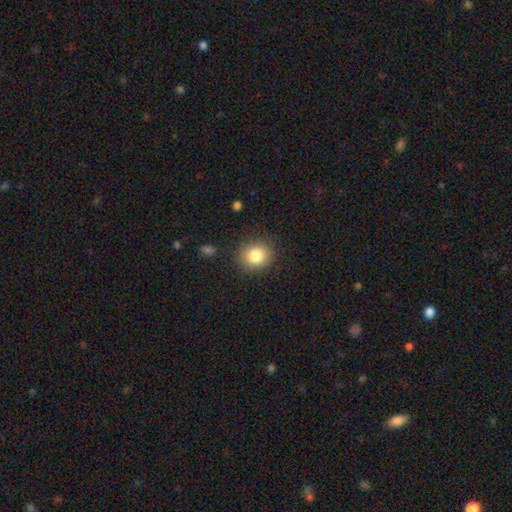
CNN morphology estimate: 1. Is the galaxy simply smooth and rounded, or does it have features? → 83% smooth, 10% star or artifact, 7% featured or disk.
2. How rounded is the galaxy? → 79% round, 20% in between, 1% cigar-shaped.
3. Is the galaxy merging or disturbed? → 87% none, 9% minor disturbance, 3% major disturbance, 1% merger.